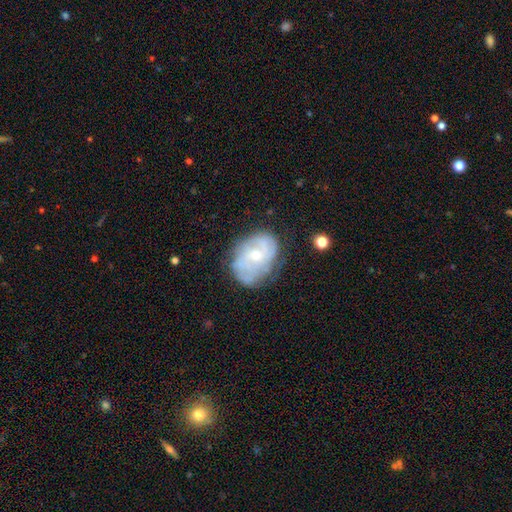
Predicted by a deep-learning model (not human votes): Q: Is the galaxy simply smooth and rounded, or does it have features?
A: featured or disk — 72%.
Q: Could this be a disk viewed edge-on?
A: no — 97%.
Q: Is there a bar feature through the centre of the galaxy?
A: no — 71%.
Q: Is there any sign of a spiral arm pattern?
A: yes — 85%.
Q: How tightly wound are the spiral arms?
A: tight — 52%.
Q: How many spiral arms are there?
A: can't tell — 43%.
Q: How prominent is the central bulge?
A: small — 61%.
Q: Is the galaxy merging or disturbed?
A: none — 67%.